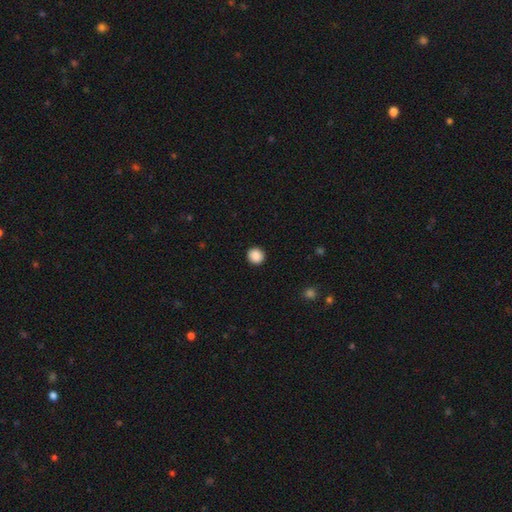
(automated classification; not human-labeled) The model was most divided on "smooth or featured": smooth: 89%, star or artifact: 9%, featured or disk: 3%. More confident: merging — none (92%); how rounded — round (91%).